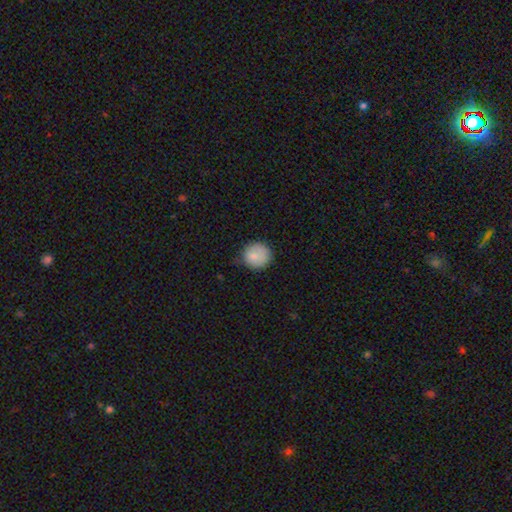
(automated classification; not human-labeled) A smooth galaxy with no disk features (83%) that is round (89%).

Vote fractions:
- Smooth or featured? smooth: 83% / featured or disk: 9% / star or artifact: 8%
- How rounded? round: 89% / in between: 10% / cigar-shaped: 1%
- Merging? none: 71% / minor disturbance: 23% / major disturbance: 5% / merger: 1%